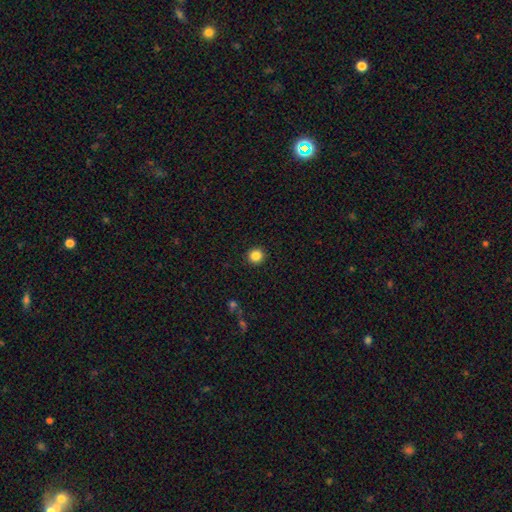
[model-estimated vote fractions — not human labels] Morphology: type=smooth (85%); roundness=round (95%); merging=none (93%).